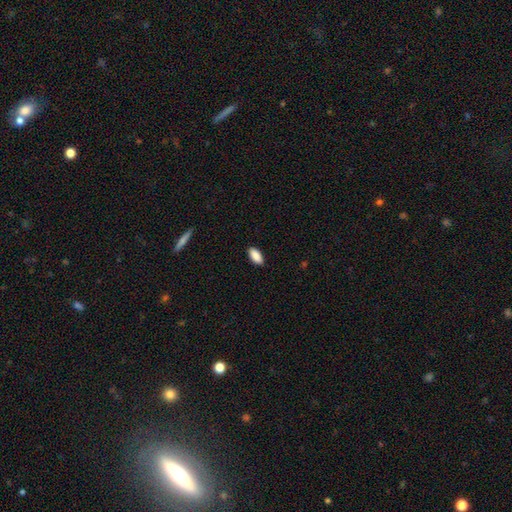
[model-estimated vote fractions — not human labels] smooth_or_featured: smooth (p=0.89) [alt: star or artifact p=0.06]
how_rounded: in between (p=0.89) [alt: cigar-shaped p=0.08]
merging: none (p=0.88) [alt: minor disturbance p=0.09]